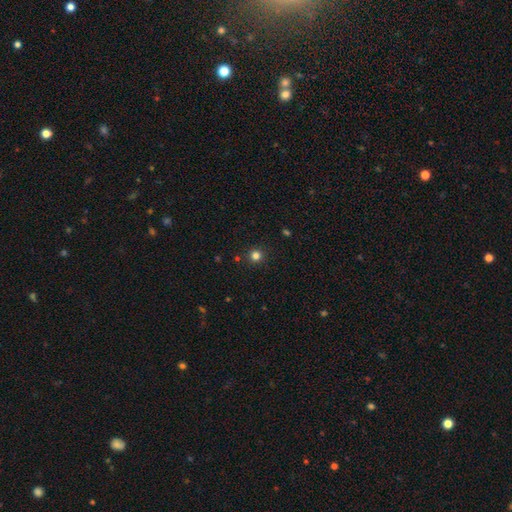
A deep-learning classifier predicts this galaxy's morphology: Smooth or featured: smooth — 80% (star or artifact — 16%)
How rounded: round — 95% (in between — 4%)
Merging: none — 91% (minor disturbance — 5%)